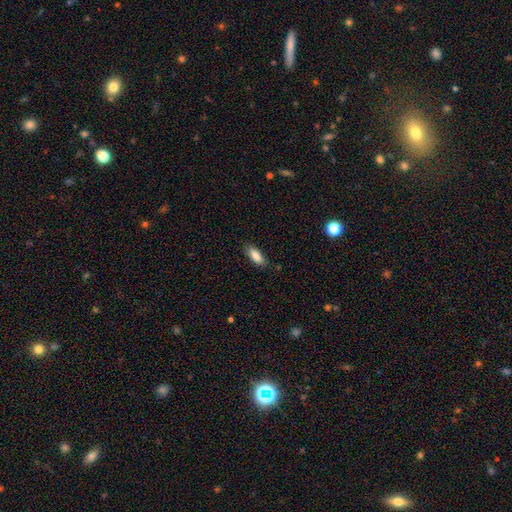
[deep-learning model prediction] Overall: smooth (86%). How rounded: in between (78%). Merging: none (85%).